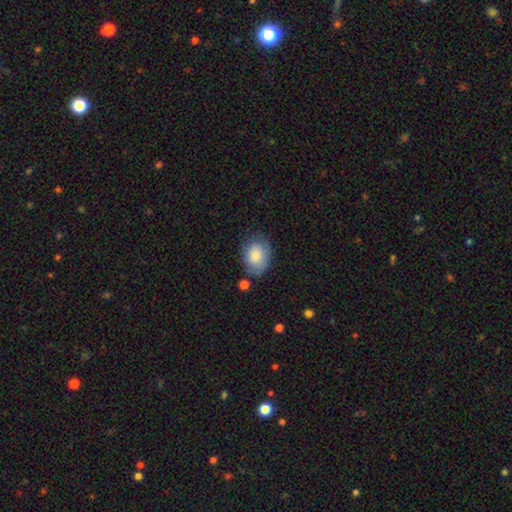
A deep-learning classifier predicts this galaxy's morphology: smooth-or-featured: smooth: 82% | featured or disk: 11% | star or artifact: 7%
  how-rounded: in between: 78% | round: 21% | cigar-shaped: 1%
  merging: none: 67% | minor disturbance: 22% | major disturbance: 6% | merger: 4%